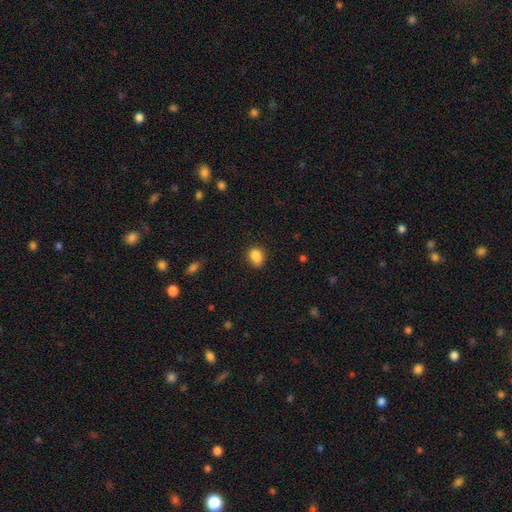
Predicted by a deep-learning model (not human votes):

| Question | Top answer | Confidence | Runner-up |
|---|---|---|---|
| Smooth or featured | smooth | 87% | star or artifact (9%) |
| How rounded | in between | 68% | round (30%) |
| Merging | none | 73% | minor disturbance (20%) |